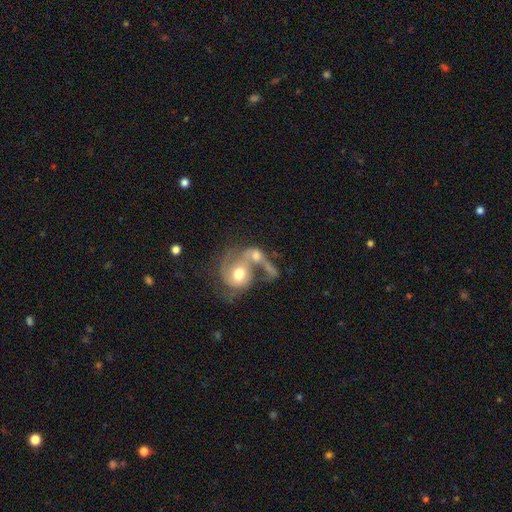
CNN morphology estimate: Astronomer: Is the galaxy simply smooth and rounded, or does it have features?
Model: featured or disk — 57% (runner-up: smooth, 34%).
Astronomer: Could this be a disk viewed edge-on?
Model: no — 96%.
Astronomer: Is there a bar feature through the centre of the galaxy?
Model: no — 75%.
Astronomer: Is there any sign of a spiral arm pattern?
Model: yes — 63%.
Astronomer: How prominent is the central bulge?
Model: moderate — 66%.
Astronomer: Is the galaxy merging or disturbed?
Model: merger — 65%.